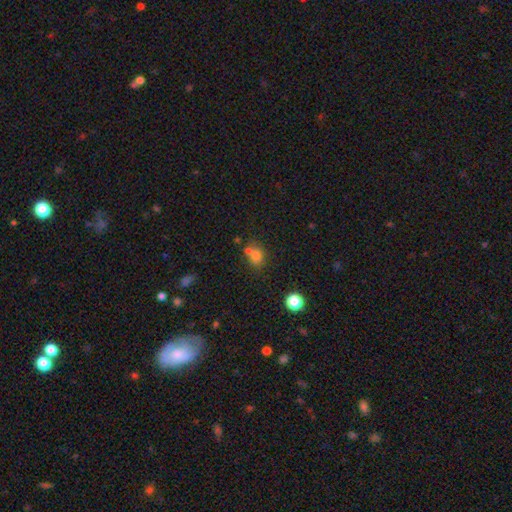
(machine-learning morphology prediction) type=smooth (75%); roundness=round (54%); merging=none (52%).